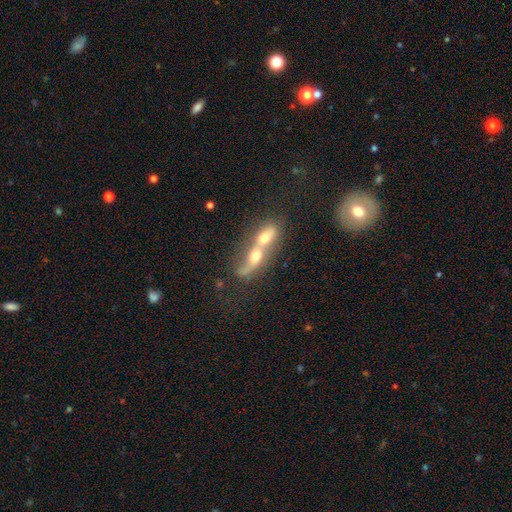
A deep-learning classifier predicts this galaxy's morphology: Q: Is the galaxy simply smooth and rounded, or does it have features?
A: smooth — 45%.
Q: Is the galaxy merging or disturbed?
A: merger — 58%.